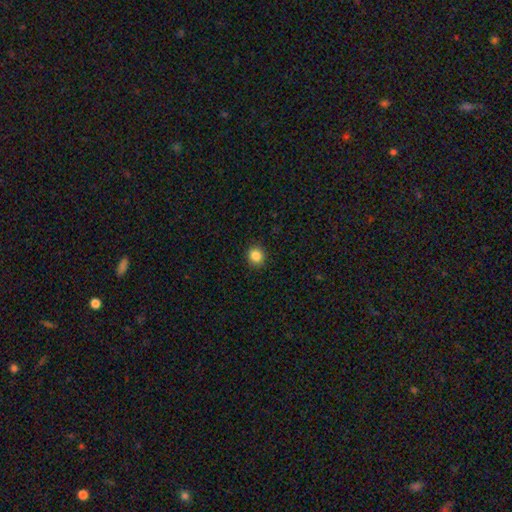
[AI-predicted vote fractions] The model was most divided on "how rounded": round: 85%, in between: 14%, cigar-shaped: 1%. More confident: merging — none (91%); smooth or featured — smooth (85%).